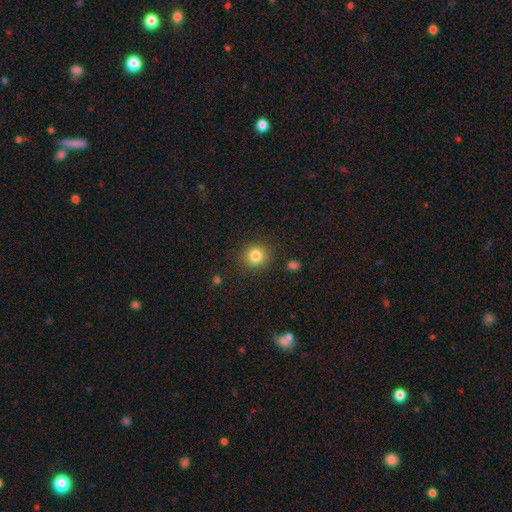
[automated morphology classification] A smooth galaxy with no disk features (83%) that is round (91%).

Vote fractions:
- Smooth or featured? smooth: 83% / star or artifact: 11% / featured or disk: 6%
- How rounded? round: 91% / in between: 8% / cigar-shaped: 1%
- Merging? none: 89% / minor disturbance: 7% / major disturbance: 3% / merger: 2%